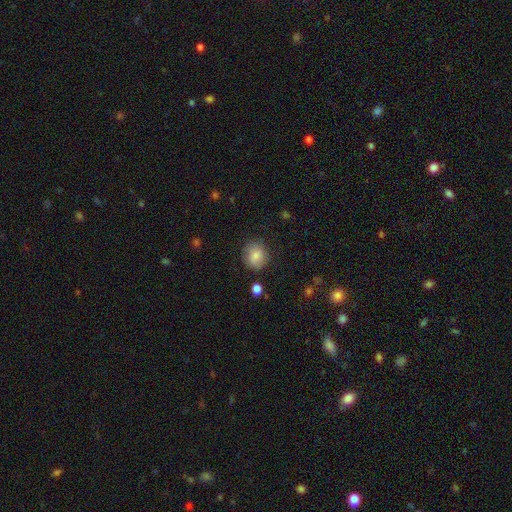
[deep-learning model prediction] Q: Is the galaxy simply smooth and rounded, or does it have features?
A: smooth — 78%.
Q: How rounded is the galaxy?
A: round — 76%.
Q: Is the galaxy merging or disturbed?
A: none — 79%.